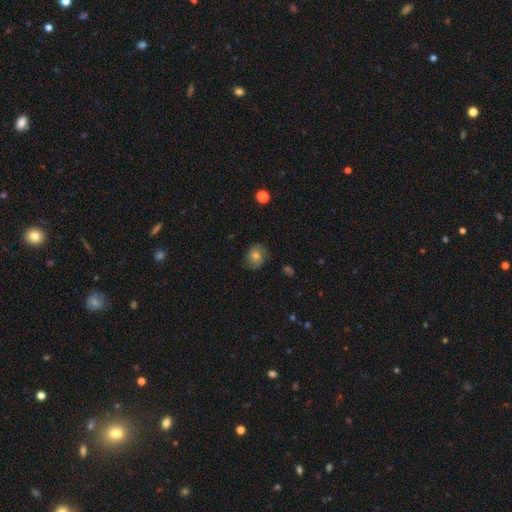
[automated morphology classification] Q: Smooth or featured?
A: smooth (66%); runner-up: featured or disk (22%)
Q: How rounded?
A: round (61%); runner-up: in between (38%)
Q: Merging?
A: none (78%); runner-up: minor disturbance (16%)